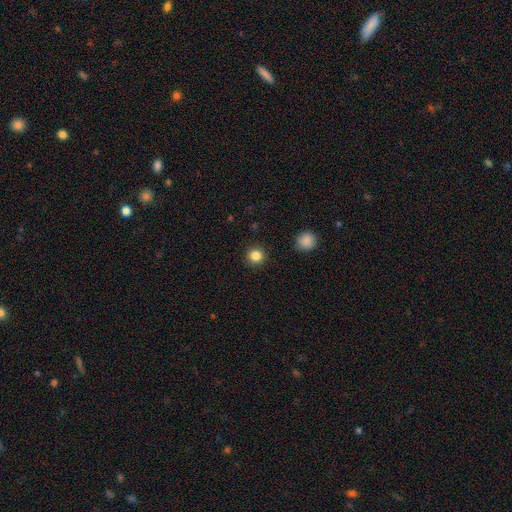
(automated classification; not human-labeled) A smooth galaxy with no disk features (85%) that is round (94%). Merging: none (92%).